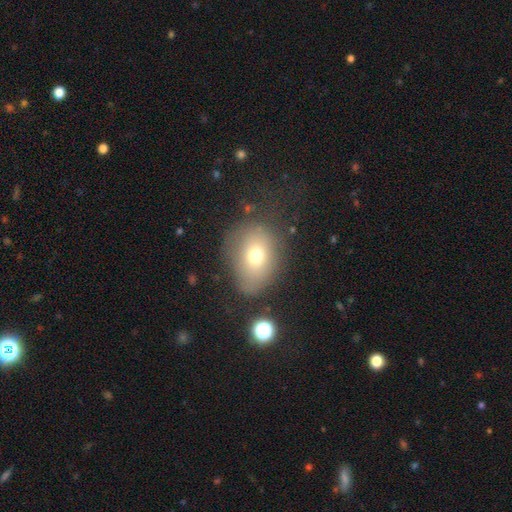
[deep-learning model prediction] Smooth or featured: smooth — 69% (featured or disk — 17%)
How rounded: round — 50% (in between — 48%)
Merging: none — 67% (minor disturbance — 19%)